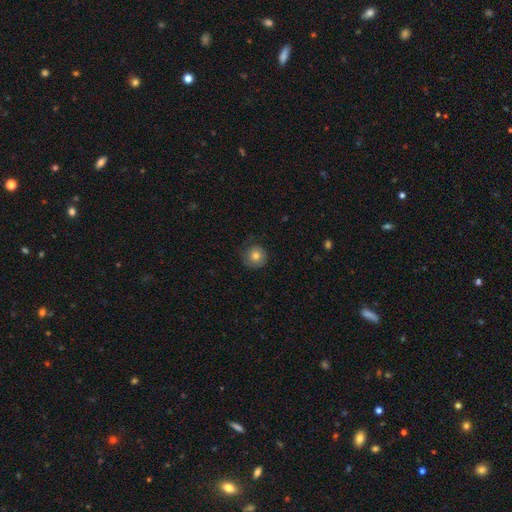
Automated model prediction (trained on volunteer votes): Q: Smooth or featured?
A: smooth (72%); runner-up: featured or disk (19%)
Q: How rounded?
A: round (93%); runner-up: in between (6%)
Q: Merging?
A: none (73%); runner-up: minor disturbance (18%)